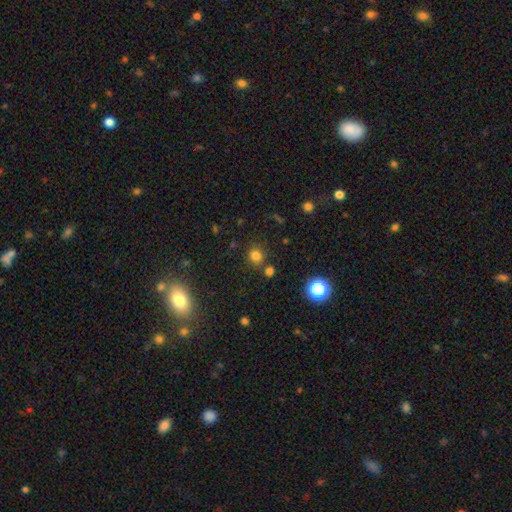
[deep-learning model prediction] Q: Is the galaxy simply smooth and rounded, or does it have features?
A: smooth — 76%.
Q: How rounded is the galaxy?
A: round — 86%.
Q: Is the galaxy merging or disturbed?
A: none — 77%.